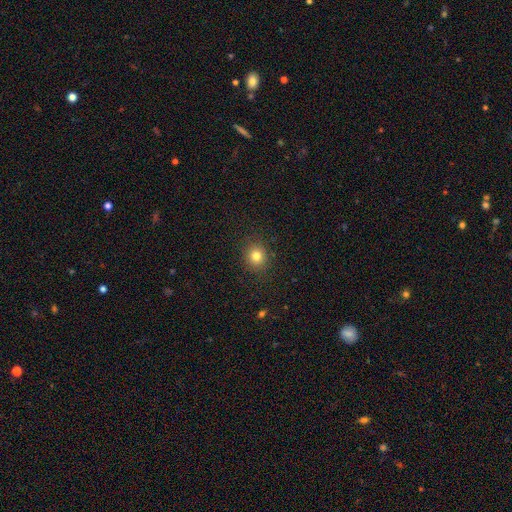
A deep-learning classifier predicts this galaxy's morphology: This is clearly a smooth galaxy (80%). How rounded: clearly round (81%). Merging: clearly none (89%).